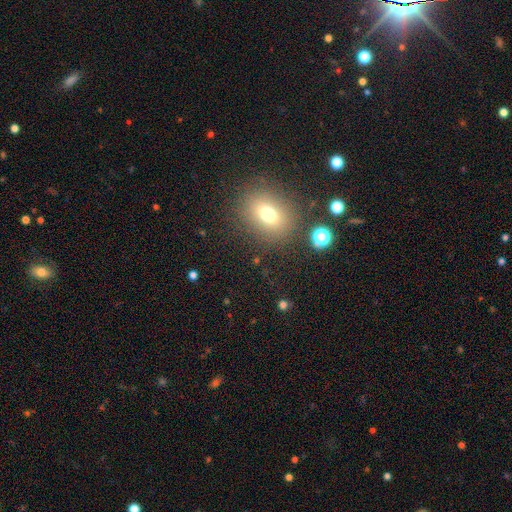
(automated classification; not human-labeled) Smooth or featured?
  - smooth: 58% *
  - star or artifact: 31%
  - featured or disk: 12%
How rounded?
  - round: 57% *
  - in between: 42%
  - cigar-shaped: 2%
Merging?
  - none: 84% *
  - minor disturbance: 8%
  - merger: 4%
  - major disturbance: 3%